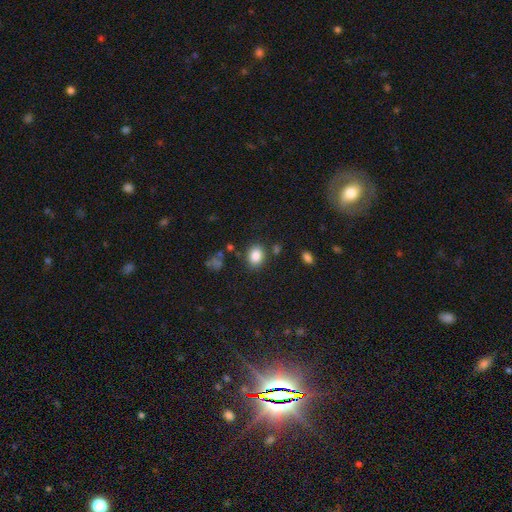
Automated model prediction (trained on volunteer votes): This is clearly a smooth galaxy (85%). How rounded: possibly in between (52%). Merging: clearly none (80%).